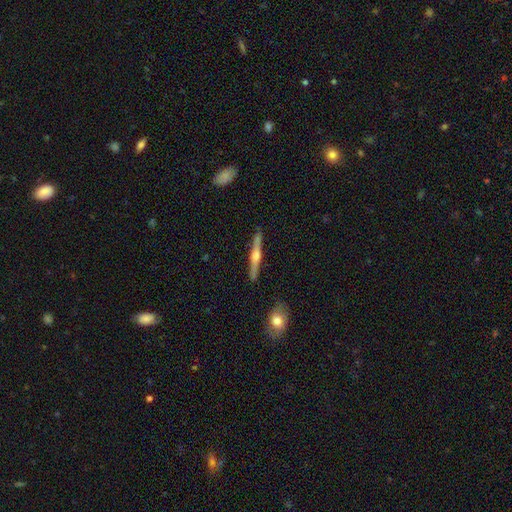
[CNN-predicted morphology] Smooth or featured? Predicted: featured or disk (p=0.74). Edge-on disk? Predicted: yes (p=0.98). Edge-on bulge? Predicted: rounded (p=0.89). Merging? Predicted: none (p=0.91).